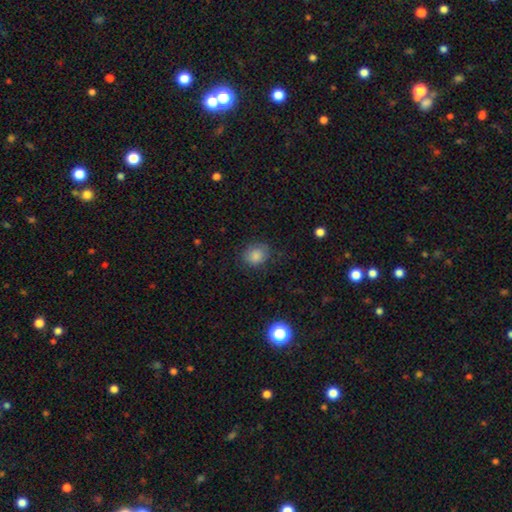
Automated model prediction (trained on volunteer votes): Smooth or featured? smooth (84%)
How rounded? round (61%)
Merging? none (77%)